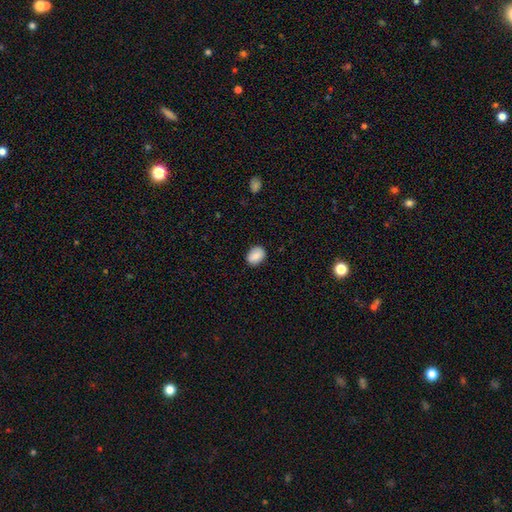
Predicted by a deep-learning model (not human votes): smooth 86%, star or artifact 8%, featured or disk 6%. Down the decision tree: how rounded — in between (69%); merging — none (85%).